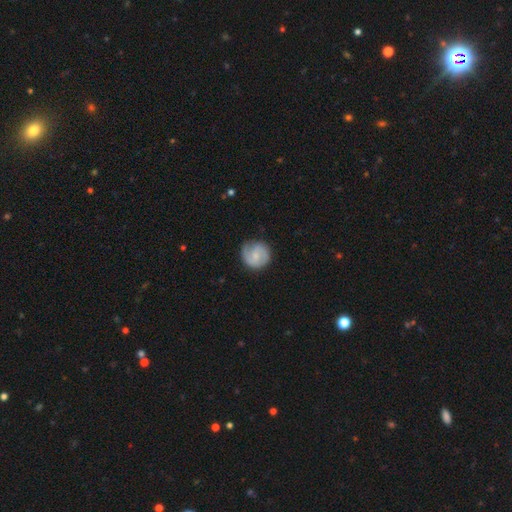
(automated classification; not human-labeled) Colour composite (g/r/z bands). It shows a featured or disk galaxy (56%) with a weak bar (46%, tied with no), 2 (73%) medium (42%) spiral arms (91%) and a small central bulge (53%). Merging: none (77%).